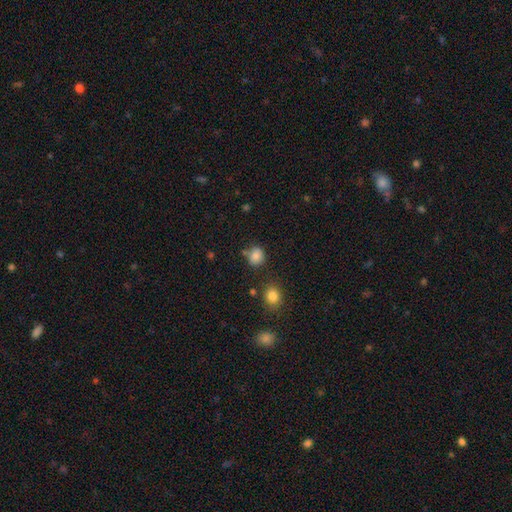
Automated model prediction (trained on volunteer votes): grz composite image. It shows a smooth galaxy with no disk features (82%) that is round (74%). Merging: none (70%).